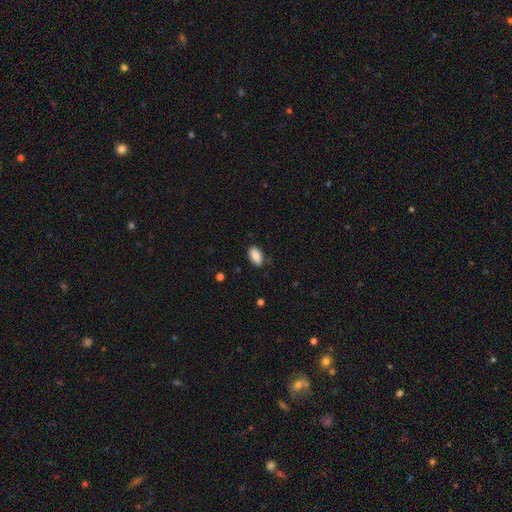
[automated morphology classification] smooth-or-featured: smooth: 86% | star or artifact: 7% | featured or disk: 7%
  how-rounded: in between: 93% | round: 5% | cigar-shaped: 2%
  merging: none: 81% | minor disturbance: 15% | major disturbance: 3% | merger: 1%